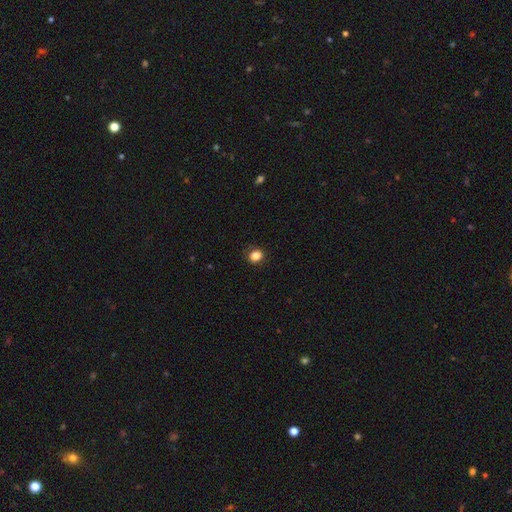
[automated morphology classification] type=smooth (84%); roundness=round (72%); merging=none (84%).